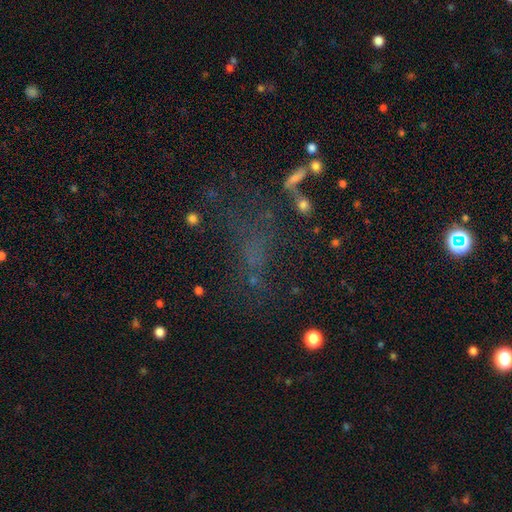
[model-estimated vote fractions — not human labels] Overall: star or artifact (45%; smooth 30%).